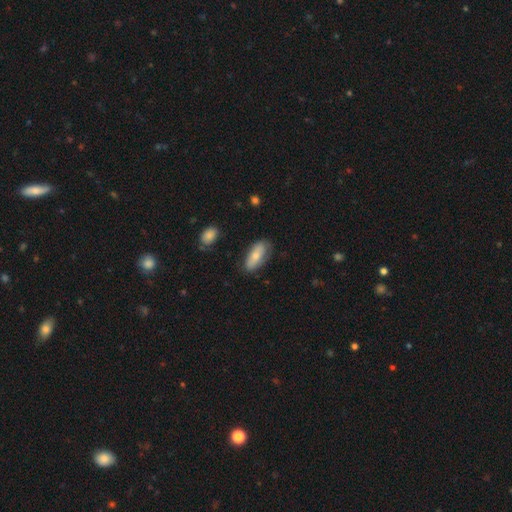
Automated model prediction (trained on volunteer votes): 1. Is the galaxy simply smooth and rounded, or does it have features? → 65% smooth, 28% featured or disk, 6% star or artifact.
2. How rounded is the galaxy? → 82% in between, 15% cigar-shaped, 3% round.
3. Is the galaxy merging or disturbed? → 71% none, 22% minor disturbance, 6% major disturbance, 2% merger.